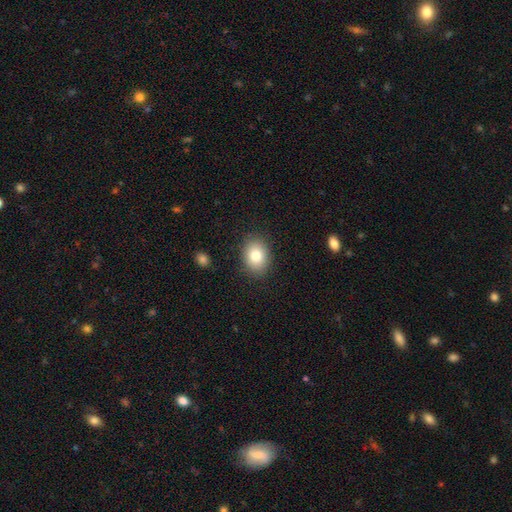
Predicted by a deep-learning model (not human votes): The model was most divided on "how rounded": in between: 62%, round: 37%, cigar-shaped: 1%. More confident: merging — none (87%); smooth or featured — smooth (81%).